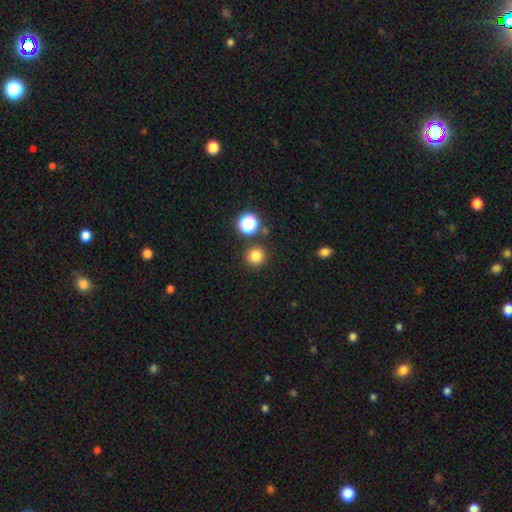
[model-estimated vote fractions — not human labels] The model was most divided on "smooth or featured": smooth: 80%, star or artifact: 15%, featured or disk: 5%. More confident: how rounded — round (95%); merging — none (88%).